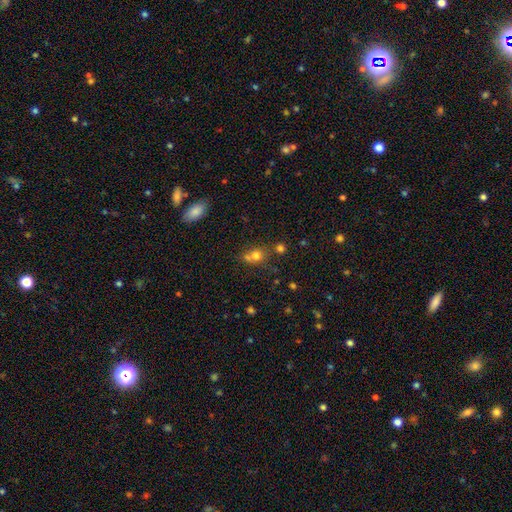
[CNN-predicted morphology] Overall: smooth (72%). How rounded: round (75%). Merging: none (45%; merger 40%).